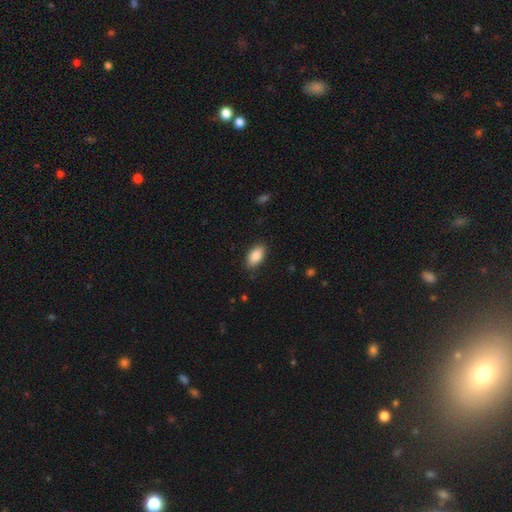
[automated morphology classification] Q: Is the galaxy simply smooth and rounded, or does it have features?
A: smooth — 88%.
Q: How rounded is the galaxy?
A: in between — 93%.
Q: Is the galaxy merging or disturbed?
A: none — 86%.